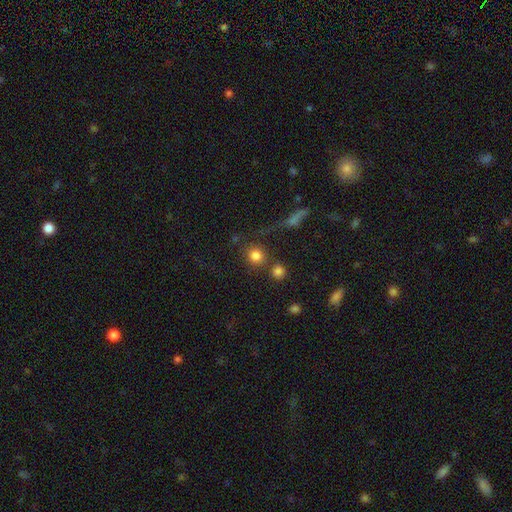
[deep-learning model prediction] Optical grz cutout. It shows a smooth galaxy with no disk features (81%) that is round (89%). Merging: none (69%).